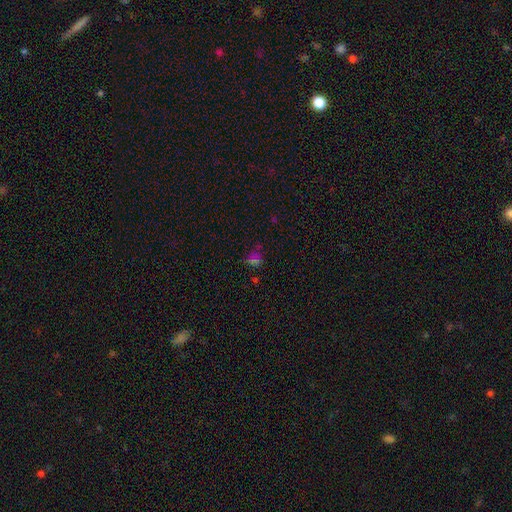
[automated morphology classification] Smooth or featured: star or artifact — 49% (smooth — 42%)